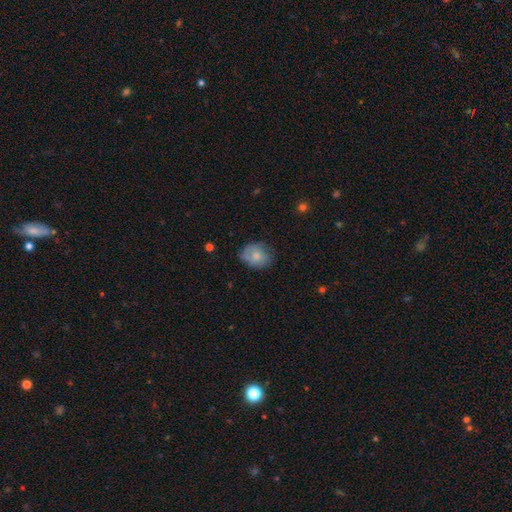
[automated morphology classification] Smooth or featured? Predicted: smooth (p=0.69). How rounded? Predicted: in between (p=0.51). Merging? Predicted: none (p=0.63).